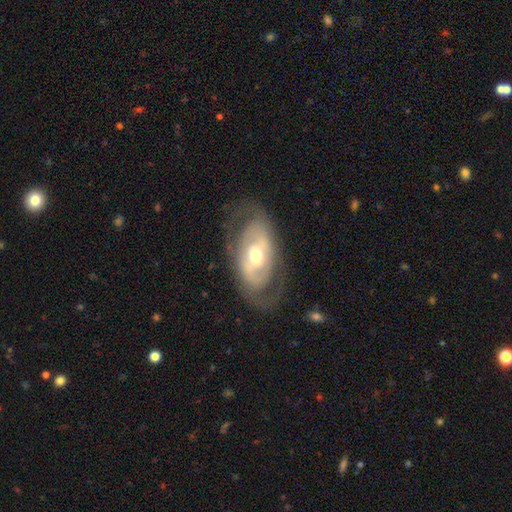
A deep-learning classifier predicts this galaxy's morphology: featured or disk 74%, smooth 20%, star or artifact 6%. Down the decision tree: edge-on disk — no (92%); bar — weak (38%); spiral arms — yes (66%); bulge size — moderate (66%); merging — none (72%).